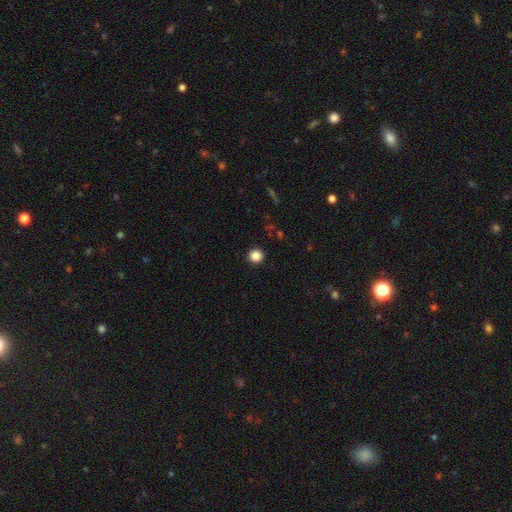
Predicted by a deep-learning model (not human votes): Overall: smooth (86%). How rounded: round (93%). Merging: none (93%).